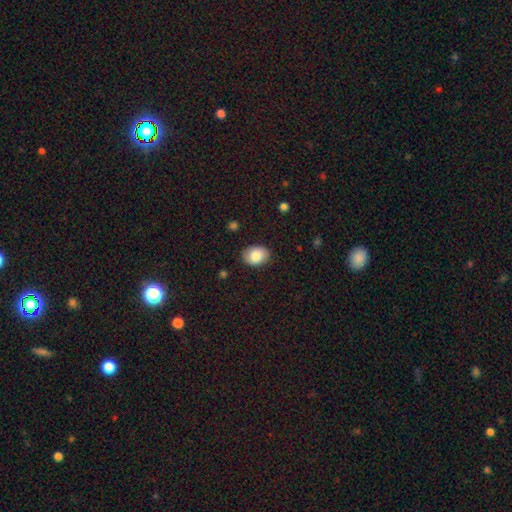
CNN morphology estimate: A smooth galaxy with no disk features (83%) that is in between round and cigar-shaped (69%).

Vote fractions:
- Smooth or featured? smooth: 83% / featured or disk: 10% / star or artifact: 7%
- How rounded? in between: 69% / round: 30% / cigar-shaped: 1%
- Merging? none: 84% / minor disturbance: 12% / major disturbance: 3% / merger: 1%